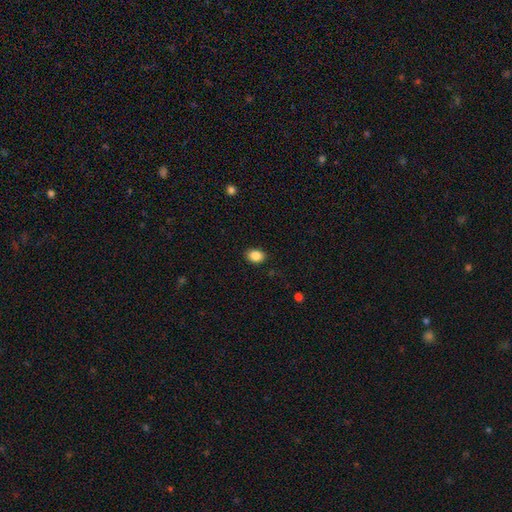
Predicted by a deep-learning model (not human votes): smooth-or-featured: smooth: 87% | star or artifact: 9% | featured or disk: 4%
  how-rounded: in between: 70% | round: 29% | cigar-shaped: 1%
  merging: none: 89% | minor disturbance: 8% | major disturbance: 2% | merger: 1%